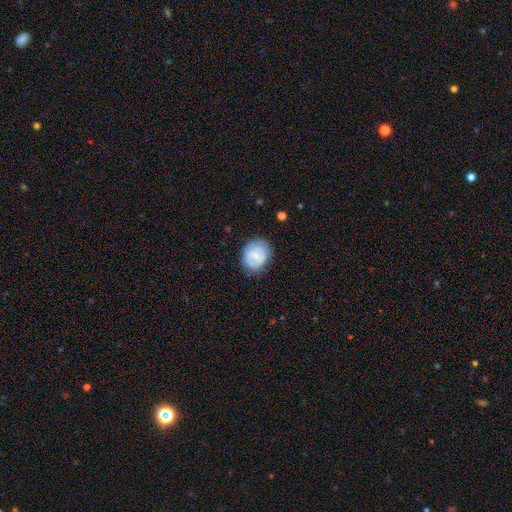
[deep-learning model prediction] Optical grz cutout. It shows a smooth galaxy with no disk features (61%) that is round (57%). Merging: none (72%).